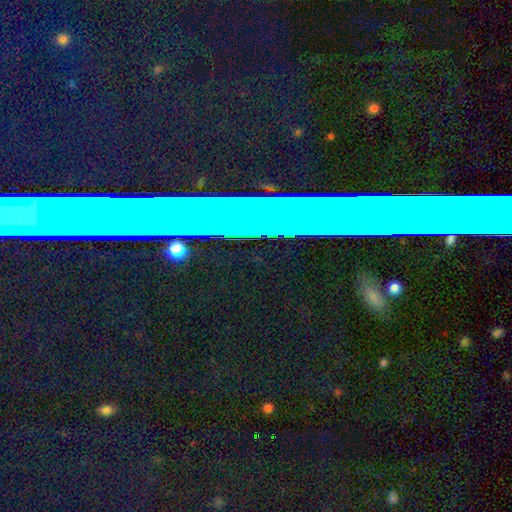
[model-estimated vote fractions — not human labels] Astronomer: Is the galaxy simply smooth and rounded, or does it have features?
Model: star or artifact — 74%.